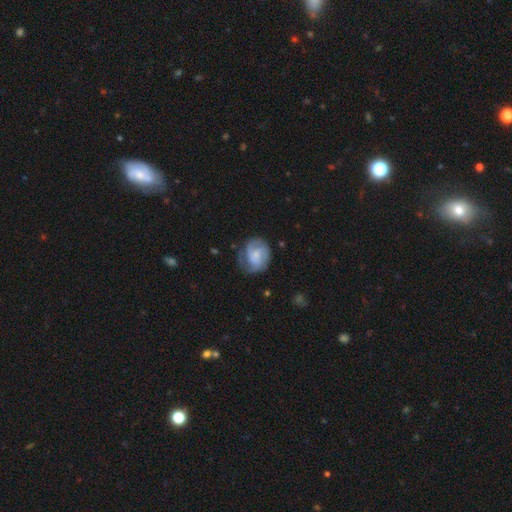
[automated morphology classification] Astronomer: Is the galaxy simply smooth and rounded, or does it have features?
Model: featured or disk — 60%.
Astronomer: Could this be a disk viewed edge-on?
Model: no — 98%.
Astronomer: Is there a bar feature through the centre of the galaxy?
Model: no — 58% (runner-up: weak, 35%).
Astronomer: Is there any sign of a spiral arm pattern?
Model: yes — 89%.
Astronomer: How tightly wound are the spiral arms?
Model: tight — 44% (runner-up: medium, 41%).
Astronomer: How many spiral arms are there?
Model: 2 — 37% (runner-up: can't tell, 26%).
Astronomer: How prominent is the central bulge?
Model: small — 38% (runner-up: none, 27%).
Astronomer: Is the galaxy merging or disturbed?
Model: none — 62%.